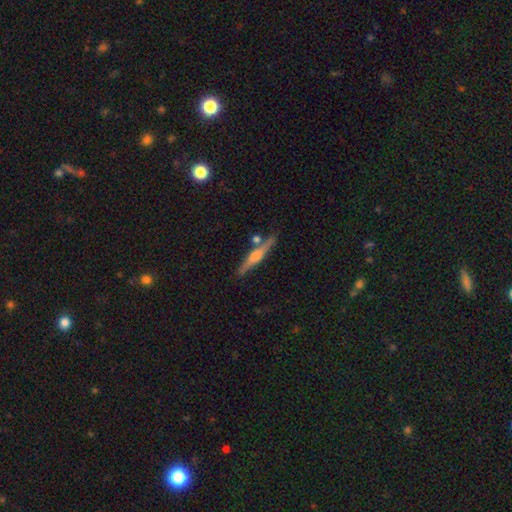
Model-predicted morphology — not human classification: Overall: featured or disk (73%). Edge-on disk: yes (98%). Edge-on bulge: rounded (84%). Merging: none (83%).